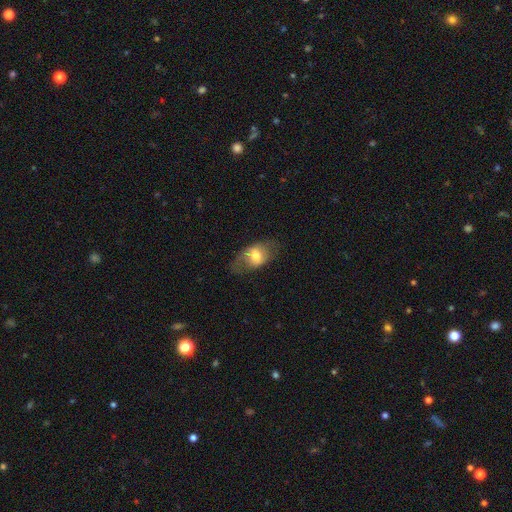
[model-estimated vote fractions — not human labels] Morphology: type=smooth (54%); roundness=in between (82%); merging=none (67%).